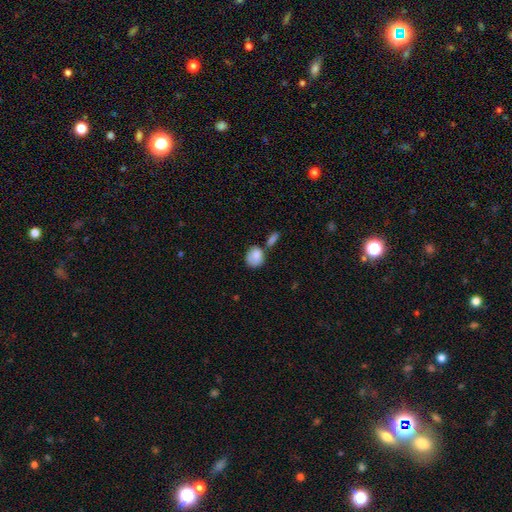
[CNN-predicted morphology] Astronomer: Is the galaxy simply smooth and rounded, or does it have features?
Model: smooth — 80%.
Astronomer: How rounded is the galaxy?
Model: round — 59% (runner-up: in between, 40%).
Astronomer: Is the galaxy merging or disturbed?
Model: none — 44% (runner-up: minor disturbance, 24%).